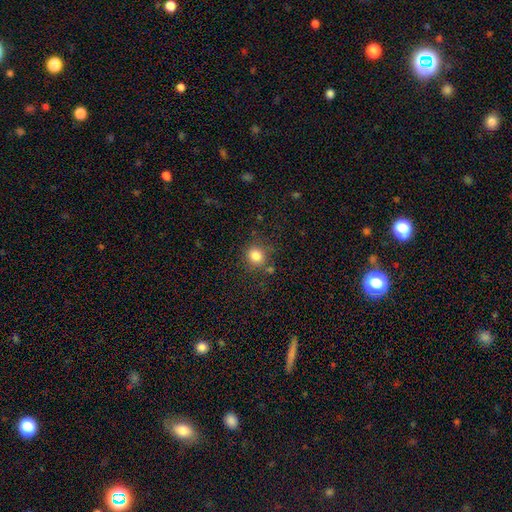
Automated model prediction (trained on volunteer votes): smooth-or-featured: smooth: 83% | star or artifact: 12% | featured or disk: 5%
  how-rounded: round: 85% | in between: 14% | cigar-shaped: 1%
  merging: none: 79% | minor disturbance: 11% | merger: 6% | major disturbance: 4%